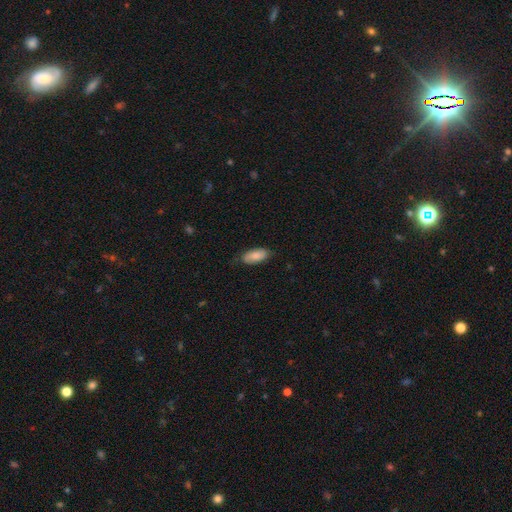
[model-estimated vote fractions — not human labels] Overall: smooth (84%). How rounded: in between (89%). Merging: none (75%).